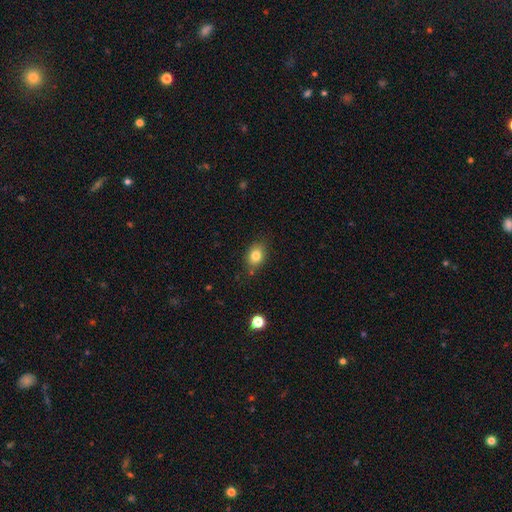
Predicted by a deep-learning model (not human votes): A smooth galaxy with no disk features (81%) that is in between round and cigar-shaped (64%).

Vote fractions:
- Smooth or featured? smooth: 81% / star or artifact: 10% / featured or disk: 9%
- How rounded? in between: 64% / round: 35% / cigar-shaped: 1%
- Merging? none: 79% / minor disturbance: 15% / major disturbance: 3% / merger: 3%